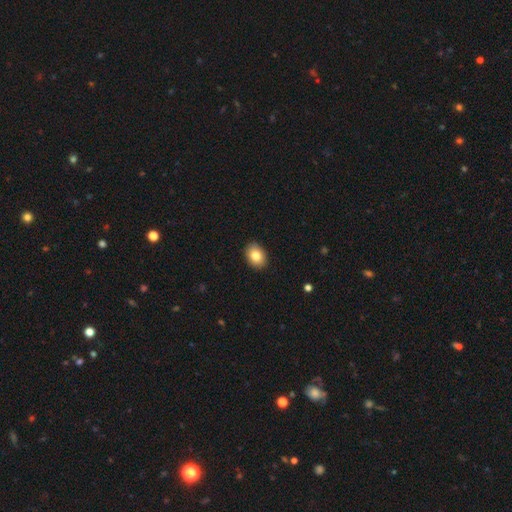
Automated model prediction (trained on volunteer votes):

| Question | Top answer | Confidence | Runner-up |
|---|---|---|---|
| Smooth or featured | smooth | 82% | featured or disk (10%) |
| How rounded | in between | 74% | round (25%) |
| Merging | none | 89% | minor disturbance (8%) |